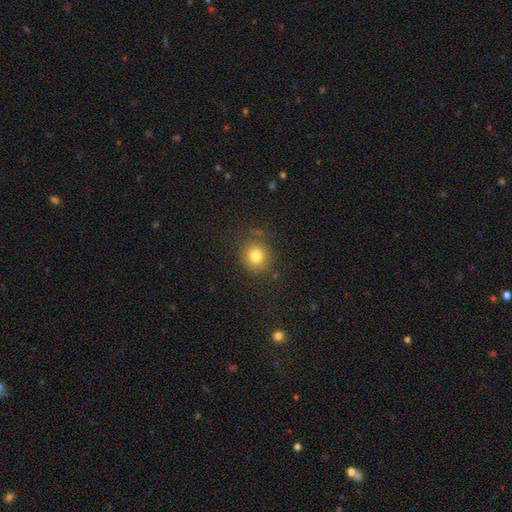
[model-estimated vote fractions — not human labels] This appears to be a smooth galaxy with no disk features (79%) that is round (83%). Merging: none (81%).